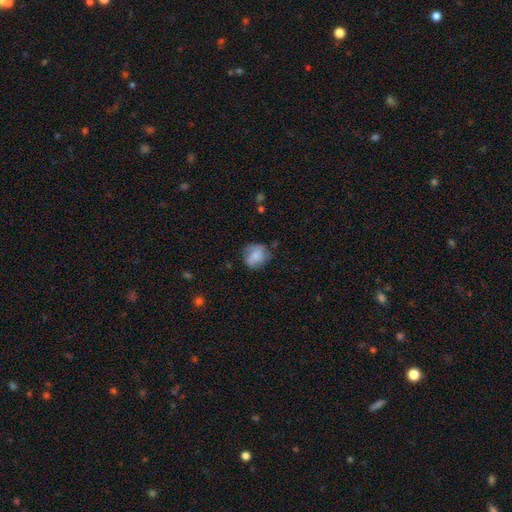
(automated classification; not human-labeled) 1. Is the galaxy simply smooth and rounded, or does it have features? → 68% smooth, 24% featured or disk, 8% star or artifact.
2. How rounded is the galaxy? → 61% round, 37% in between, 1% cigar-shaped.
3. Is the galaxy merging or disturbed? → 55% none, 29% minor disturbance, 13% major disturbance, 2% merger.